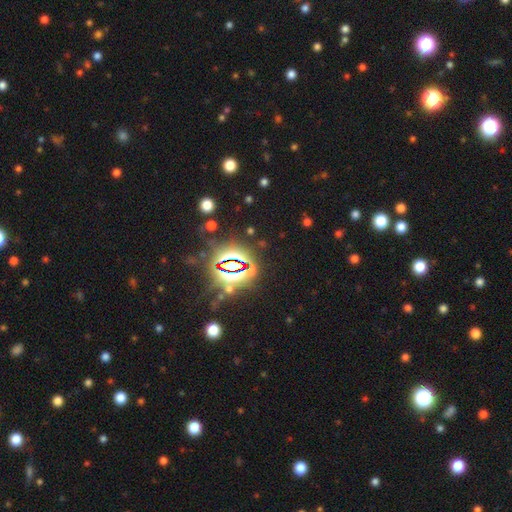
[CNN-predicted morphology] Smooth or featured? star or artifact (85%)